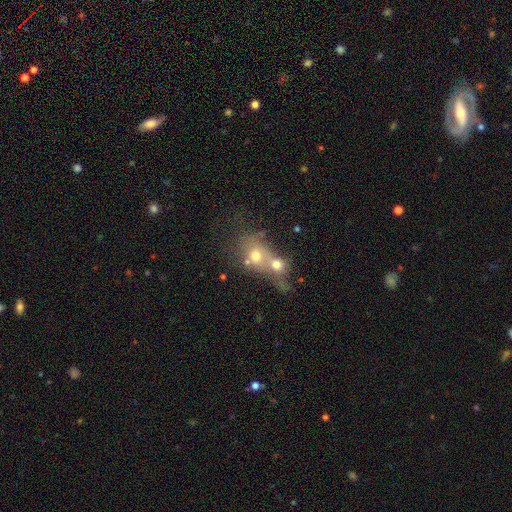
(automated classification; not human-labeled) Smooth or featured?
  - smooth: 60% *
  - featured or disk: 26%
  - star or artifact: 14%
How rounded?
  - round: 64% *
  - in between: 34%
  - cigar-shaped: 2%
Merging?
  - merger: 74% *
  - none: 15%
  - major disturbance: 6%
  - minor disturbance: 5%